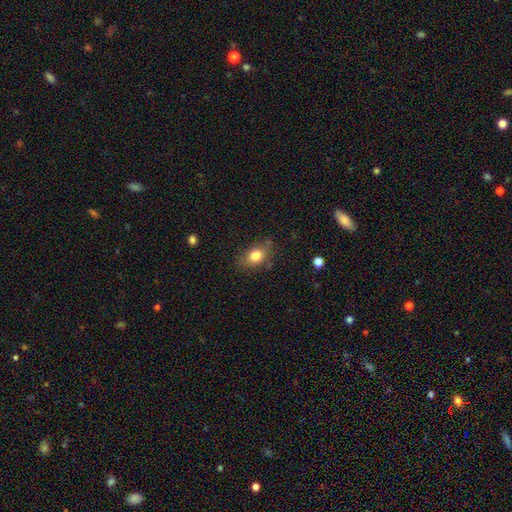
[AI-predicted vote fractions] The model was most divided on "how rounded": in between: 71%, round: 27%, cigar-shaped: 2%. More confident: smooth or featured — smooth (80%); merging — none (72%).